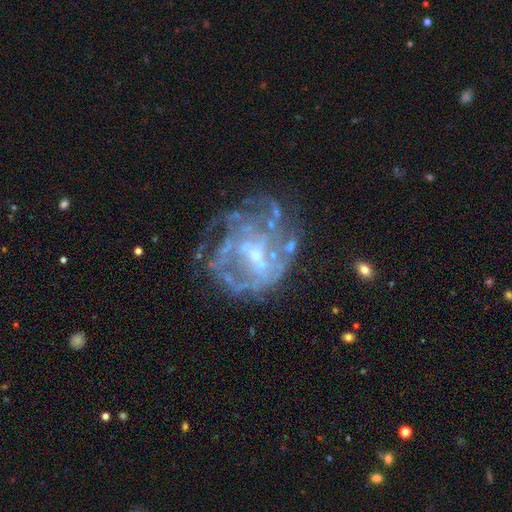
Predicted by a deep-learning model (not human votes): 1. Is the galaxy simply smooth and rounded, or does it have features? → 78% featured or disk, 11% star or artifact, 11% smooth.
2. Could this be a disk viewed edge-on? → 98% no, 2% yes.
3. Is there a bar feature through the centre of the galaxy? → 60% no, 31% weak, 9% strong.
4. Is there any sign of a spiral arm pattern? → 55% no, 45% yes.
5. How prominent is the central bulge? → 41% small, 30% moderate, 24% none, 3% large, 1% dominant.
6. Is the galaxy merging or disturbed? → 48% none, 27% major disturbance, 19% minor disturbance, 6% merger.